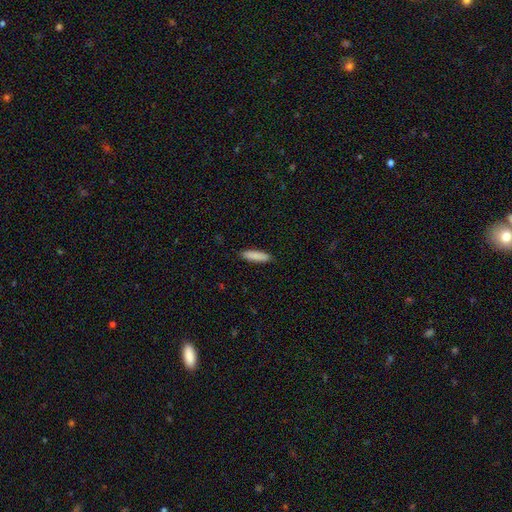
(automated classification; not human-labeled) A smooth galaxy with no disk features (88%) that is cigar-shaped (72%). Merging: none (89%).